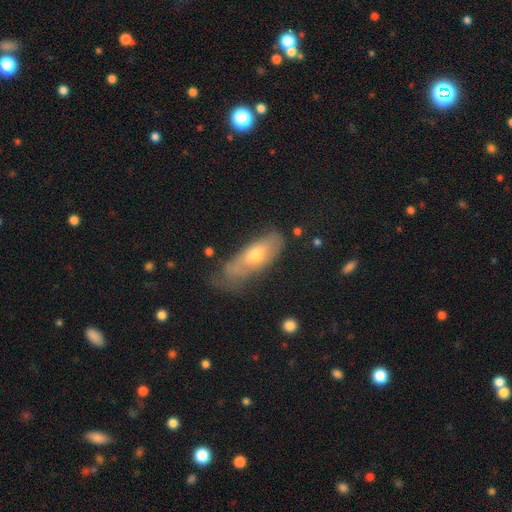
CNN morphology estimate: Smooth or featured: smooth — 55% (featured or disk — 37%)
How rounded: in between — 67% (cigar-shaped — 30%)
Merging: none — 43% (minor disturbance — 33%)